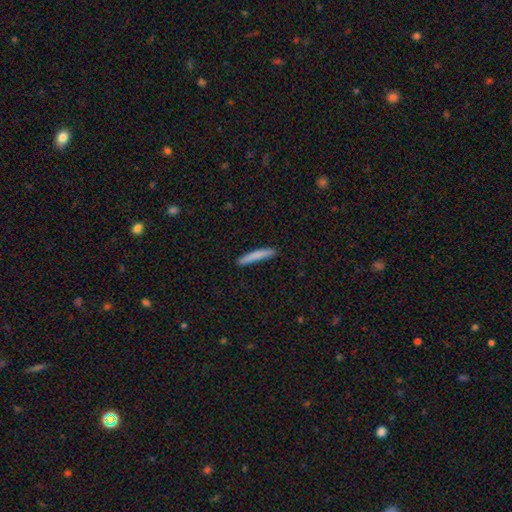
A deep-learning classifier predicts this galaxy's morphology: A smooth galaxy with no disk features (80%) that is cigar-shaped (95%).

Vote fractions:
- Smooth or featured? smooth: 80% / featured or disk: 14% / star or artifact: 6%
- How rounded? cigar-shaped: 95% / in between: 4% / round: 1%
- Merging? none: 86% / minor disturbance: 11% / major disturbance: 2% / merger: 2%